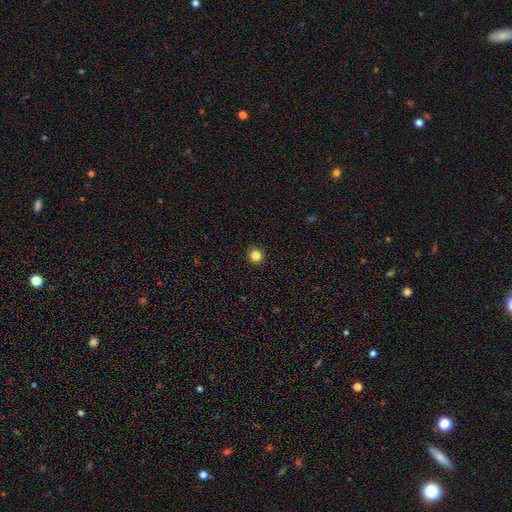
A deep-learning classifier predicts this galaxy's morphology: smooth_or_featured: smooth (p=0.84) [alt: star or artifact p=0.12]
how_rounded: round (p=0.93) [alt: in between p=0.06]
merging: none (p=0.92) [alt: minor disturbance p=0.05]